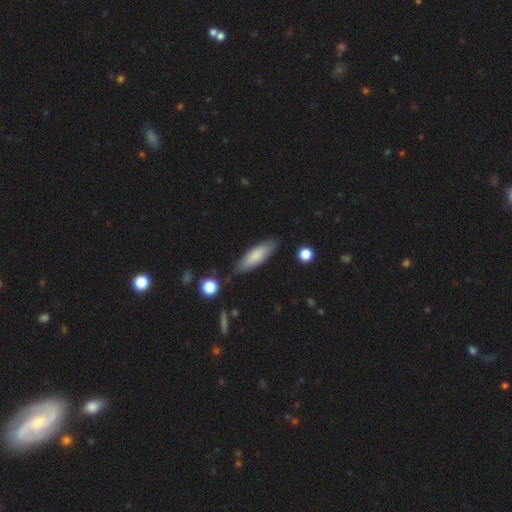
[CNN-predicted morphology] A smooth galaxy with no disk features (79%) that is cigar-shaped (55%). Merging: none (82%).